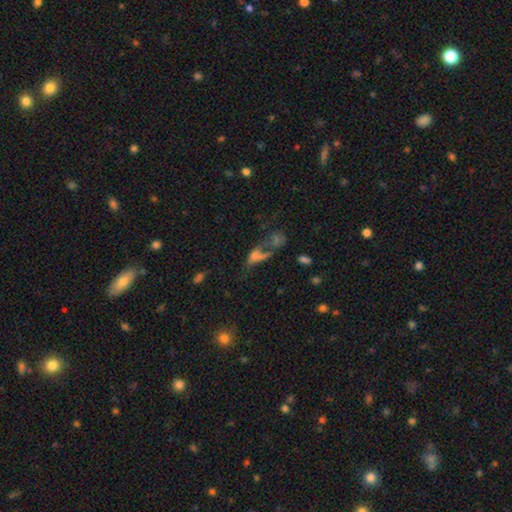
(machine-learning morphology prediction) Smooth or featured? Predicted: smooth (p=0.45). Merging? Predicted: merger (p=0.38).